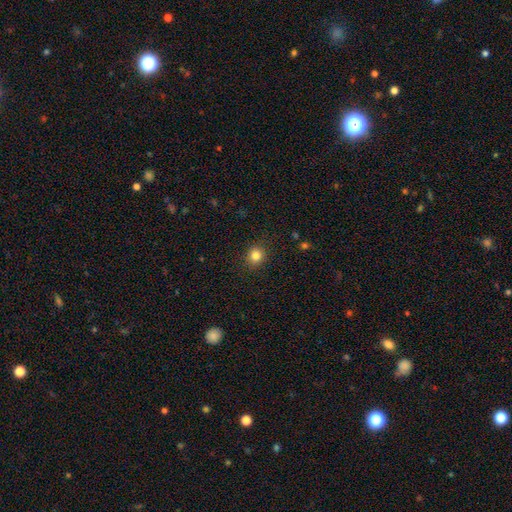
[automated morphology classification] smooth-or-featured: smooth: 83% | star or artifact: 12% | featured or disk: 5%
  how-rounded: round: 84% | in between: 15% | cigar-shaped: 1%
  merging: none: 89% | minor disturbance: 7% | major disturbance: 2% | merger: 1%